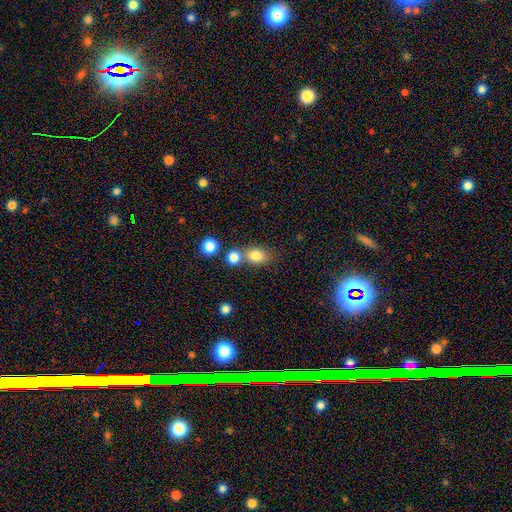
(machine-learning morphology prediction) A smooth galaxy with no disk features (81%) that is in between round and cigar-shaped (62%). Merging: none (54%).